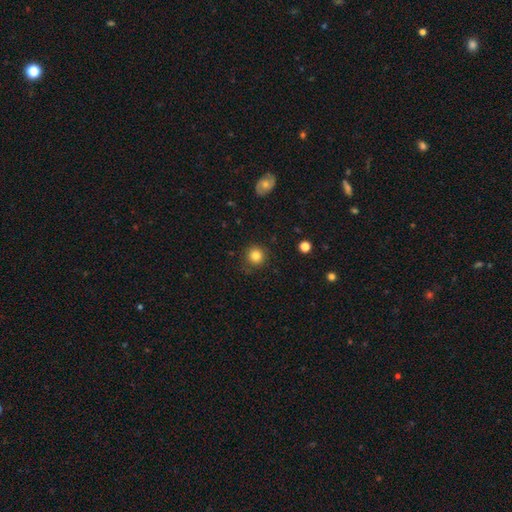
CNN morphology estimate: Q: Smooth or featured?
A: smooth (84%); runner-up: star or artifact (11%)
Q: How rounded?
A: round (93%); runner-up: in between (7%)
Q: Merging?
A: none (86%); runner-up: minor disturbance (10%)